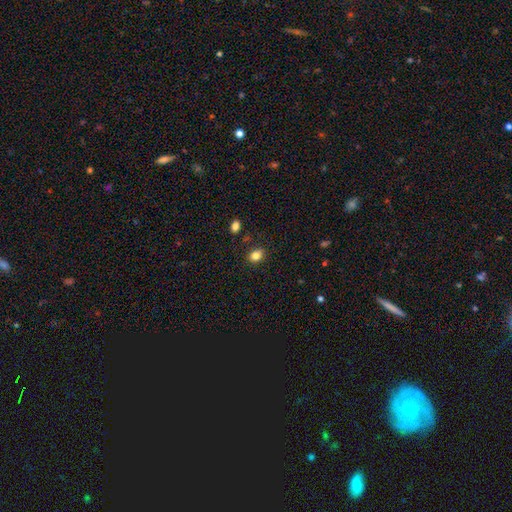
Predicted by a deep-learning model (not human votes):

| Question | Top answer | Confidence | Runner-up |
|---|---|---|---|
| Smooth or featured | smooth | 83% | star or artifact (11%) |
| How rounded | in between | 60% | round (39%) |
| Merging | none | 83% | minor disturbance (11%) |